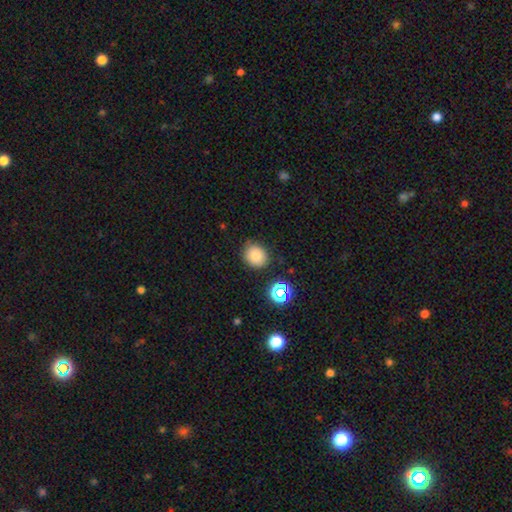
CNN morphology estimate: Smooth or featured: smooth — 80% (star or artifact — 14%)
How rounded: round — 74% (in between — 25%)
Merging: none — 81% (minor disturbance — 13%)